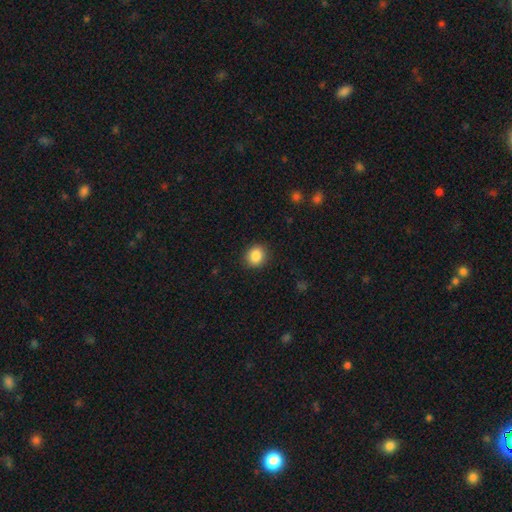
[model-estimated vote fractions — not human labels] This appears to be a smooth galaxy with no disk features (87%) that is round (69%). Merging: none (89%).